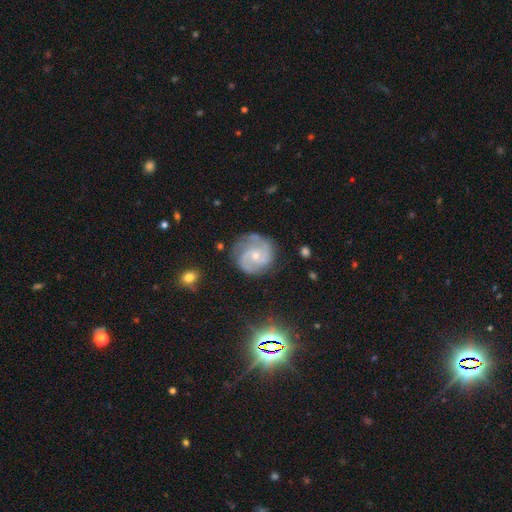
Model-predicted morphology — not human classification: Smooth or featured?
  - featured or disk: 84% *
  - smooth: 10%
  - star or artifact: 6%
Edge-on disk?
  - no: 98% *
  - yes: 2%
Bar?
  - no: 63% *
  - weak: 32%
  - strong: 6%
Spiral arms?
  - yes: 96% *
  - no: 4%
Spiral winding?
  - medium: 47% *
  - tight: 41%
  - loose: 12%
Spiral arm count?
  - 2: 59% *
  - 3: 20%
  - can't tell: 11%
  - 1: 4%
  - 4: 3%
  - more than 4: 3%
Bulge size?
  - small: 63% *
  - moderate: 34%
  - none: 2%
  - large: 1%
  - dominant: 1%
Merging?
  - none: 73% *
  - minor disturbance: 18%
  - major disturbance: 7%
  - merger: 2%